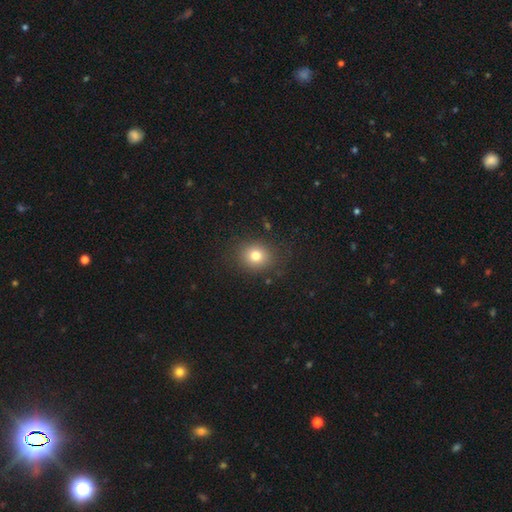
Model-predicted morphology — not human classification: smooth-or-featured: smooth: 78% | star or artifact: 13% | featured or disk: 9%
  how-rounded: round: 73% | in between: 26% | cigar-shaped: 1%
  merging: none: 86% | minor disturbance: 9% | major disturbance: 4% | merger: 1%